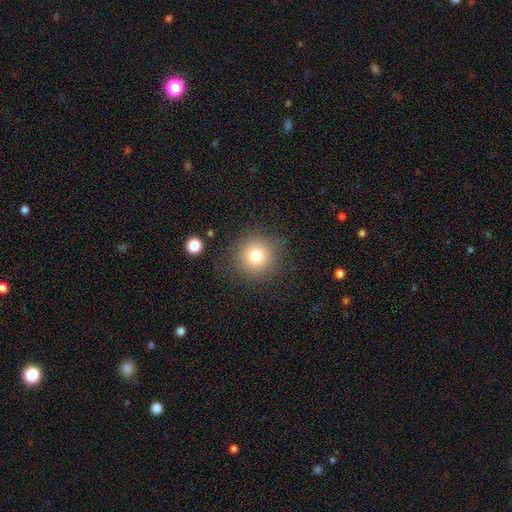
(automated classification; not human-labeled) A smooth galaxy with no disk features (77%) that is round (94%).

Vote fractions:
- Smooth or featured? smooth: 77% / star or artifact: 14% / featured or disk: 10%
- How rounded? round: 94% / in between: 5% / cigar-shaped: 1%
- Merging? none: 85% / minor disturbance: 9% / major disturbance: 4% / merger: 2%